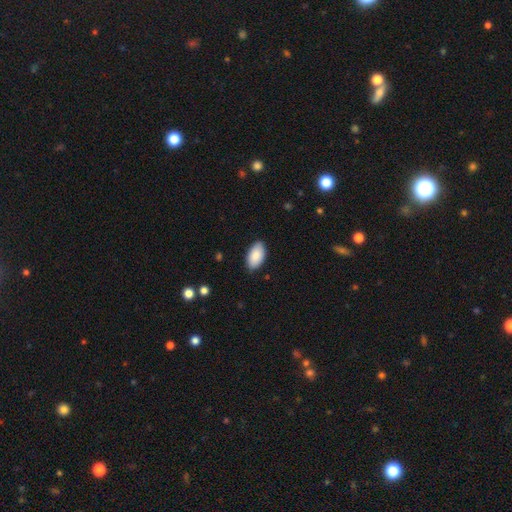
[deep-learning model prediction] smooth 88%, star or artifact 6%, featured or disk 6%. Down the decision tree: how rounded — in between (96%); merging — none (86%).